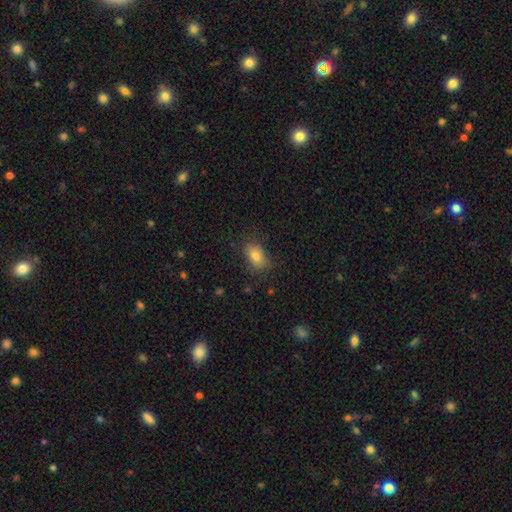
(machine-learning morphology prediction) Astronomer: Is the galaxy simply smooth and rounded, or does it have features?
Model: smooth — 82%.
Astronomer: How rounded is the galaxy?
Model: in between — 84%.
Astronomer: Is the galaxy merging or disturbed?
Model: none — 77%.